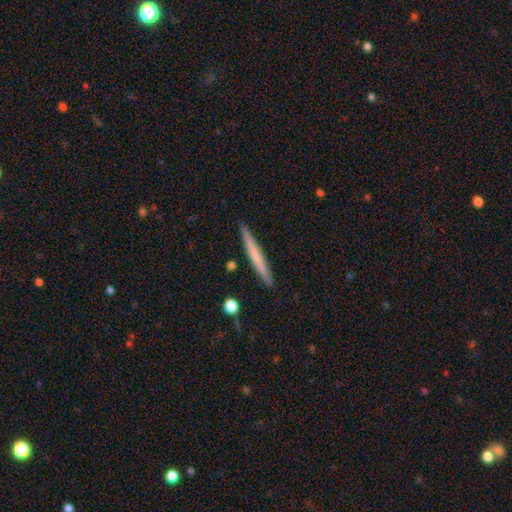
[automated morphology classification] Smooth or featured? smooth (58%)
How rounded? cigar-shaped (97%)
Merging? none (91%)